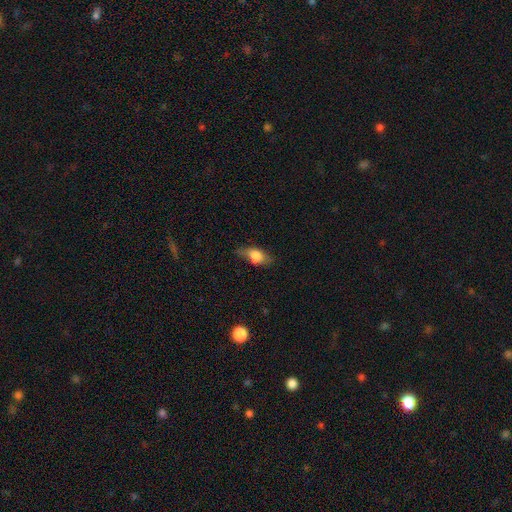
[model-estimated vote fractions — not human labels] The model was most divided on "merging": none: 56%, minor disturbance: 30%, major disturbance: 11%, merger: 3%. More confident: how rounded — in between (80%); smooth or featured — smooth (70%).